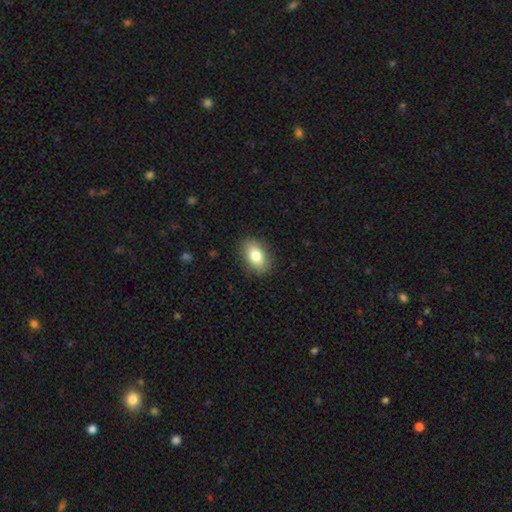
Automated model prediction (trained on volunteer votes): Smooth or featured?
  - smooth: 80% *
  - featured or disk: 12%
  - star or artifact: 7%
How rounded?
  - in between: 88% *
  - round: 10%
  - cigar-shaped: 2%
Merging?
  - none: 87% *
  - minor disturbance: 10%
  - major disturbance: 3%
  - merger: 1%